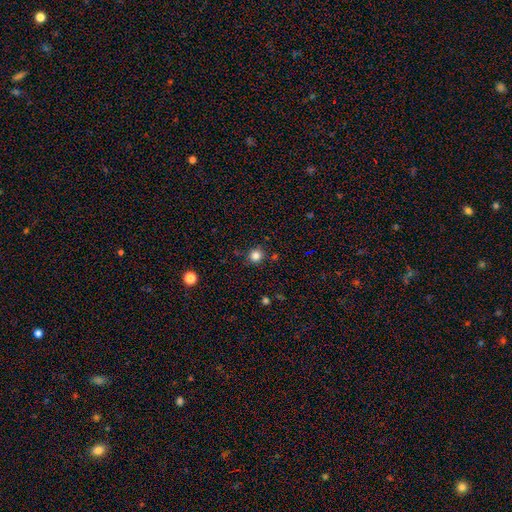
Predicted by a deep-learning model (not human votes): The model was most divided on "smooth or featured": smooth: 83%, star or artifact: 13%, featured or disk: 4%. More confident: how rounded — round (91%); merging — none (86%).